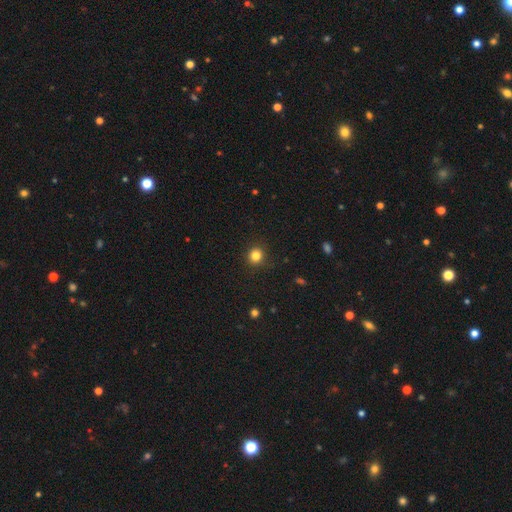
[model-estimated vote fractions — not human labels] Smooth or featured? smooth (83%)
How rounded? round (90%)
Merging? none (90%)